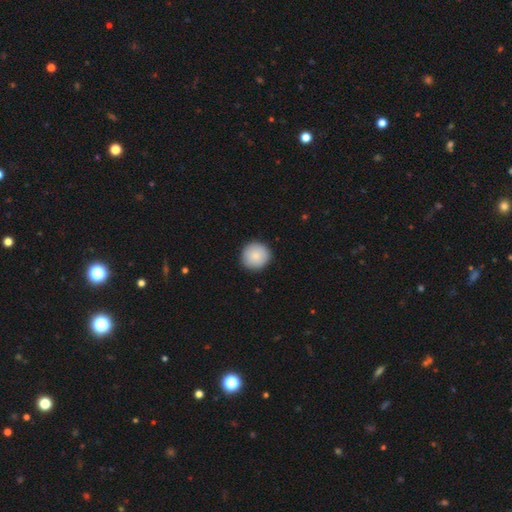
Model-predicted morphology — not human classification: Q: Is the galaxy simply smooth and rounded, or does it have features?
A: smooth — 88%.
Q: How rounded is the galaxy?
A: round — 95%.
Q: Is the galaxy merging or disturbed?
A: none — 92%.